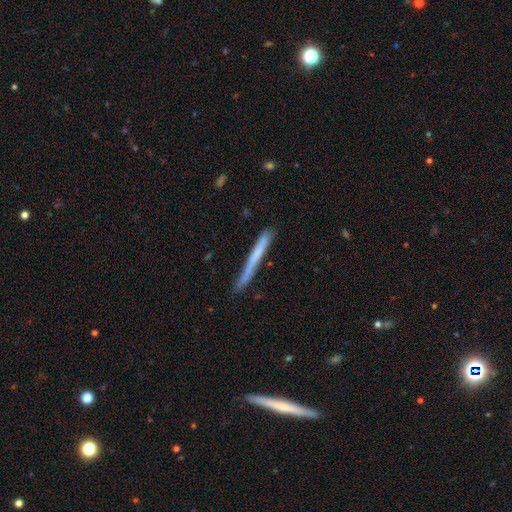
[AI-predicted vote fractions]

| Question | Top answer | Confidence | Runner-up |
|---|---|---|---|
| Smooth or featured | smooth | 57% | featured or disk (36%) |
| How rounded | cigar-shaped | 97% | in between (2%) |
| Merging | none | 78% | minor disturbance (17%) |